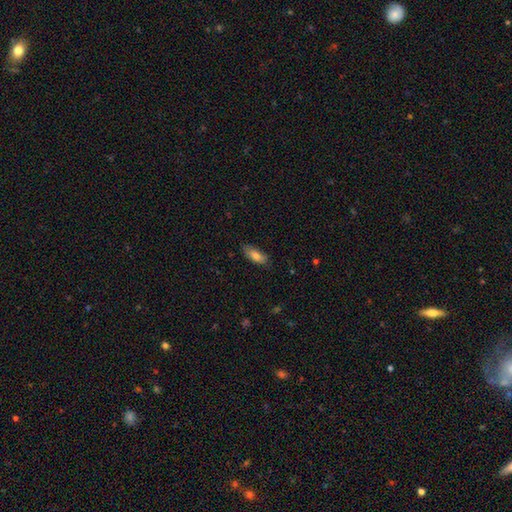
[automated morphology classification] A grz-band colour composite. It shows a smooth galaxy with no disk features (81%) that is in between round and cigar-shaped (75%). Merging: none (78%).